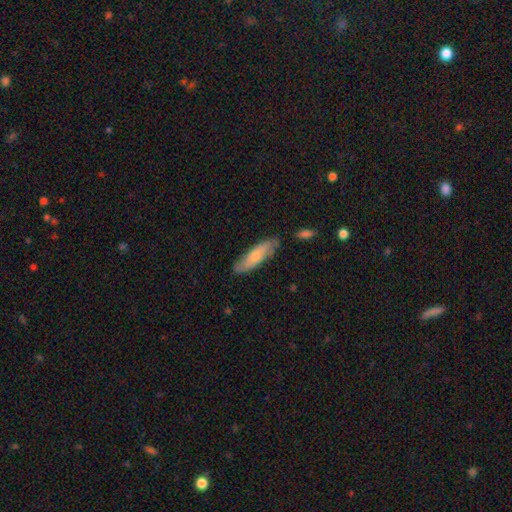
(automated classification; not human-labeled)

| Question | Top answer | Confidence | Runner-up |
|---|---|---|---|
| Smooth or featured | smooth | 66% | featured or disk (29%) |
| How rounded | cigar-shaped | 57% | in between (41%) |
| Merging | none | 77% | minor disturbance (17%) |